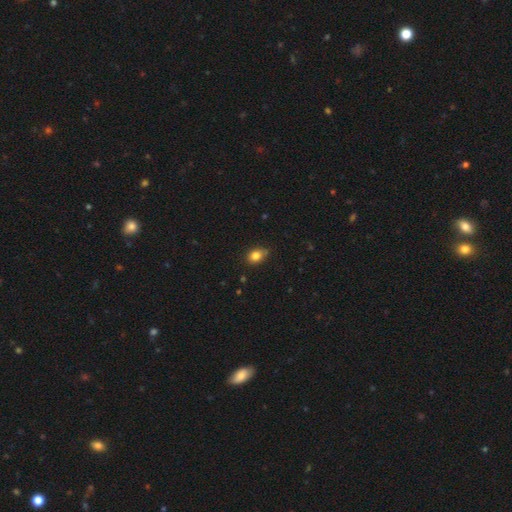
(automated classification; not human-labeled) A smooth galaxy with no disk features (82%) that is in between round and cigar-shaped (60%).

Vote fractions:
- Smooth or featured? smooth: 82% / star or artifact: 10% / featured or disk: 7%
- How rounded? in between: 60% / round: 38% / cigar-shaped: 2%
- Merging? none: 68% / minor disturbance: 26% / major disturbance: 4% / merger: 2%